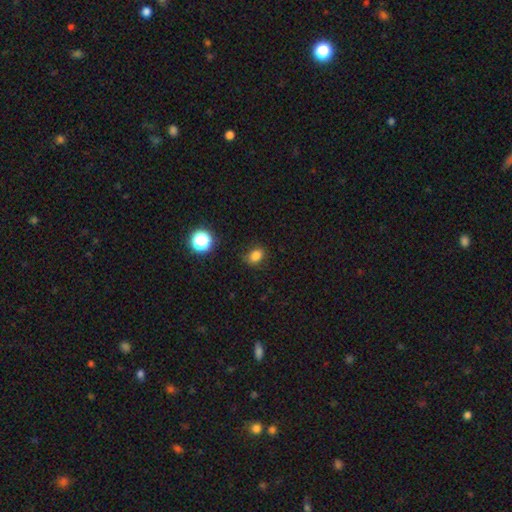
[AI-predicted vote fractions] Smooth or featured: smooth — 81% (star or artifact — 14%)
How rounded: in between — 64% (round — 35%)
Merging: none — 77% (minor disturbance — 17%)